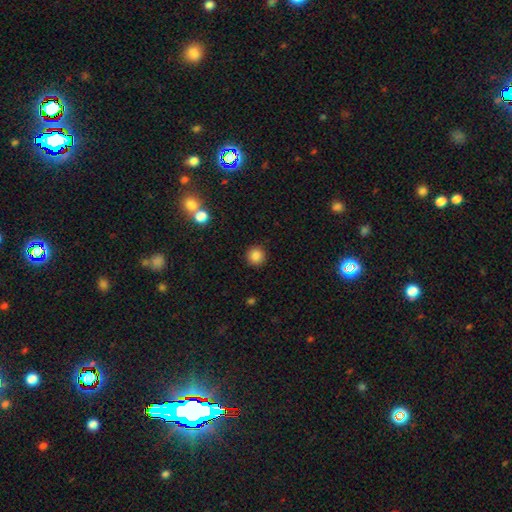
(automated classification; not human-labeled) smooth-or-featured: smooth: 85% | star or artifact: 11% | featured or disk: 4%
  how-rounded: round: 94% | in between: 5% | cigar-shaped: 1%
  merging: none: 92% | minor disturbance: 5% | major disturbance: 2% | merger: 1%